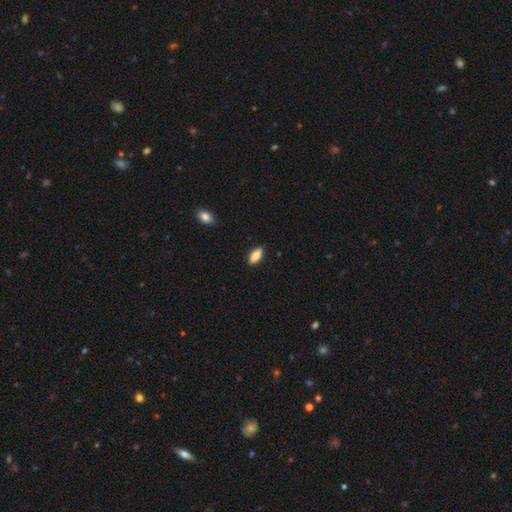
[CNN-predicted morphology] Smooth or featured?
  - smooth: 87% *
  - featured or disk: 7%
  - star or artifact: 6%
How rounded?
  - in between: 77% *
  - cigar-shaped: 21%
  - round: 2%
Merging?
  - none: 88% *
  - minor disturbance: 9%
  - major disturbance: 2%
  - merger: 1%